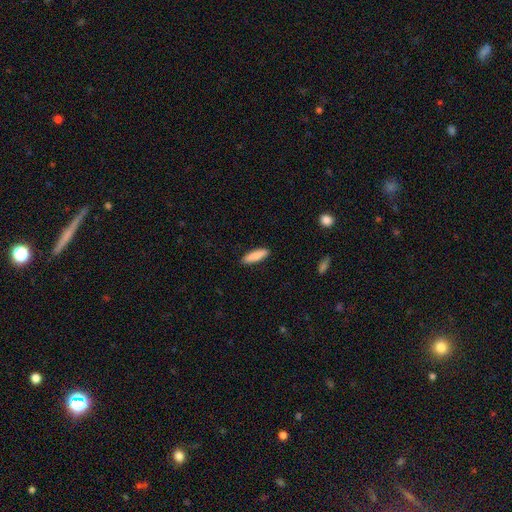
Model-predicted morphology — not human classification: A smooth galaxy with no disk features (85%) that is cigar-shaped (64%).

Vote fractions:
- Smooth or featured? smooth: 85% / featured or disk: 9% / star or artifact: 6%
- How rounded? cigar-shaped: 64% / in between: 34% / round: 1%
- Merging? none: 90% / minor disturbance: 7% / major disturbance: 2% / merger: 1%